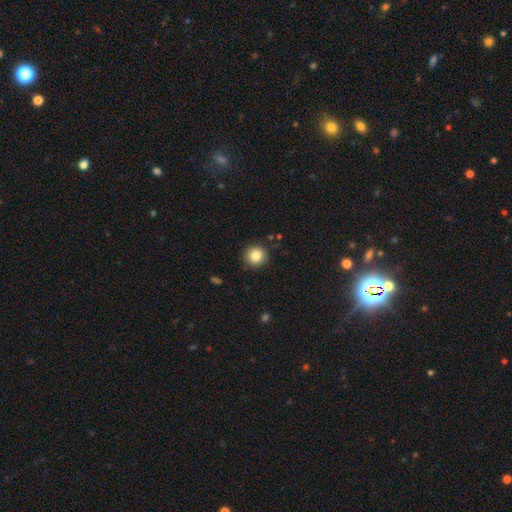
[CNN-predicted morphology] smooth 83%, star or artifact 10%, featured or disk 7%. Down the decision tree: how rounded — round (94%); merging — none (90%).